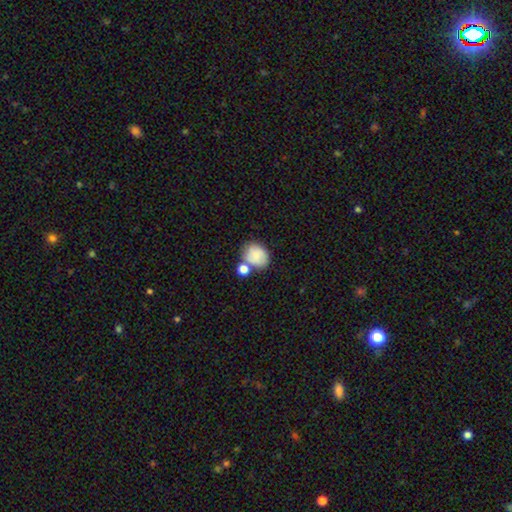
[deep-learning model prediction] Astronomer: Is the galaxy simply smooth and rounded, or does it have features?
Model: smooth — 78%.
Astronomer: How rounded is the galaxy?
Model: round — 61% (runner-up: in between, 38%).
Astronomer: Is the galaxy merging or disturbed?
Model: none — 53%.